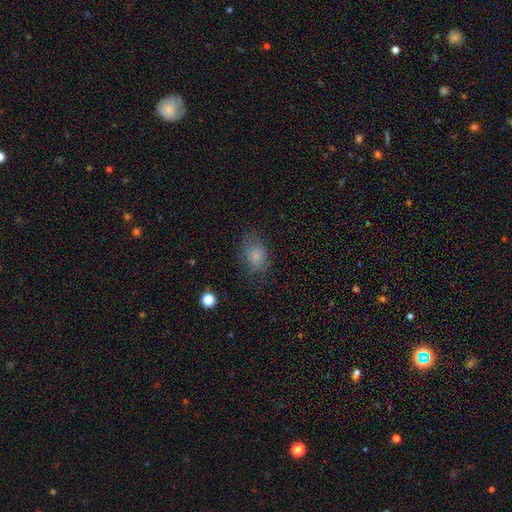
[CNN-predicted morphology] Smooth or featured? Predicted: smooth (p=0.75). How rounded? Predicted: in between (p=0.72). Merging? Predicted: none (p=0.66).